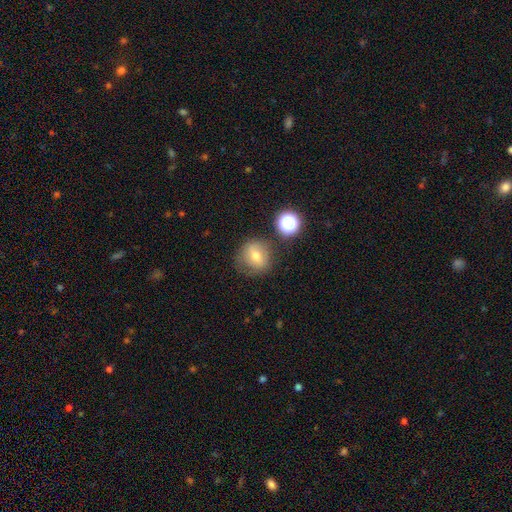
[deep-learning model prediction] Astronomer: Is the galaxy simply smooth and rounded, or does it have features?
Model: smooth — 68%.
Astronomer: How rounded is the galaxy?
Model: round — 85%.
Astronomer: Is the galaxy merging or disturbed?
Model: none — 72%.